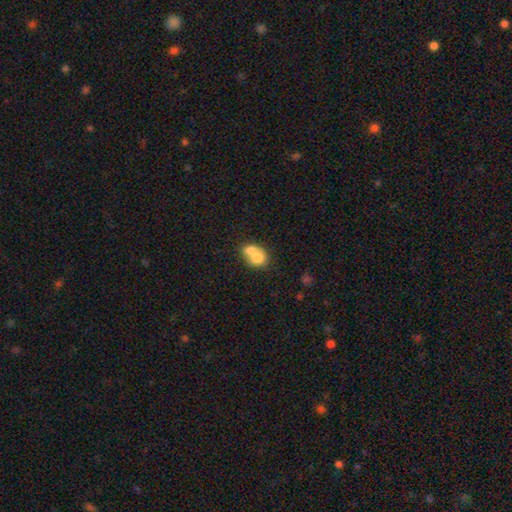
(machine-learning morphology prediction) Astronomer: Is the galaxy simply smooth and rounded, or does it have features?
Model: smooth — 72%.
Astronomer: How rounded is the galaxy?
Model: round — 58% (runner-up: in between, 41%).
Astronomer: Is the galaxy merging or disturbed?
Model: merger — 70%.